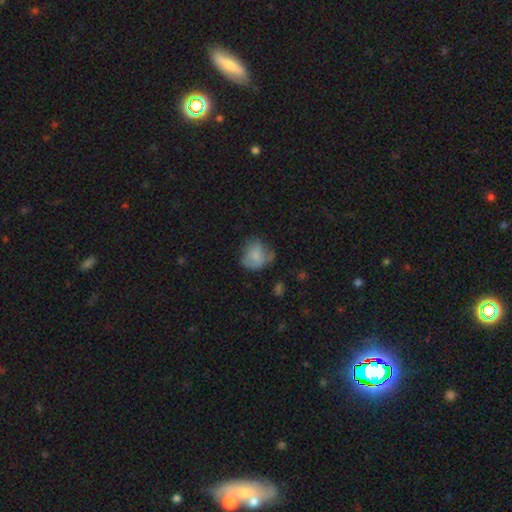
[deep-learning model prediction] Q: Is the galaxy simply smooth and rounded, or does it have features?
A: smooth — 70%.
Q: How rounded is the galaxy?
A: round — 63%.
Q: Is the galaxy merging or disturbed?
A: none — 44%.